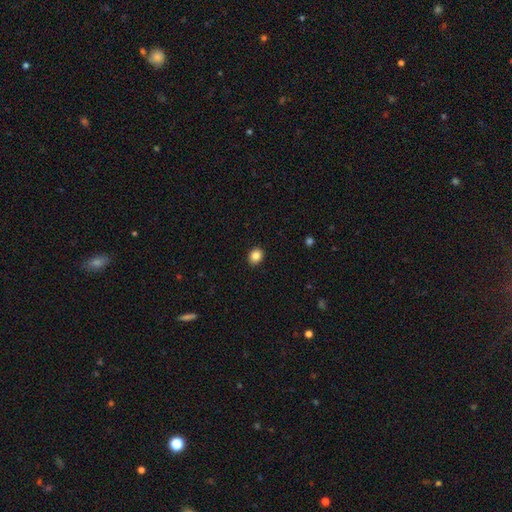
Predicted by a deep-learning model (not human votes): Smooth or featured?
  - smooth: 85% *
  - star or artifact: 10%
  - featured or disk: 5%
How rounded?
  - round: 61% *
  - in between: 38%
  - cigar-shaped: 1%
Merging?
  - none: 91% *
  - minor disturbance: 6%
  - major disturbance: 2%
  - merger: 1%